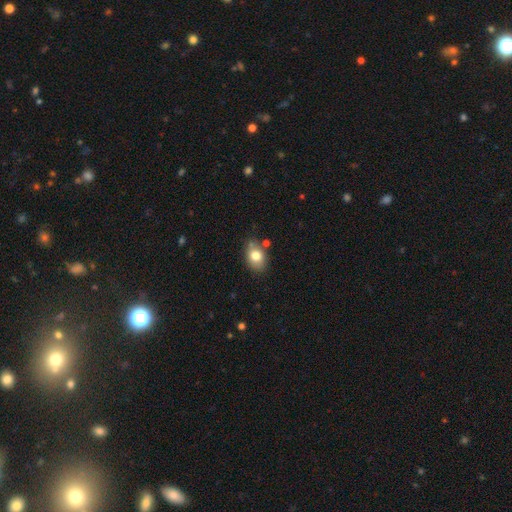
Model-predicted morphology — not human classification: Smooth or featured: smooth — 78% (featured or disk — 13%)
How rounded: in between — 73% (round — 26%)
Merging: none — 72% (minor disturbance — 17%)